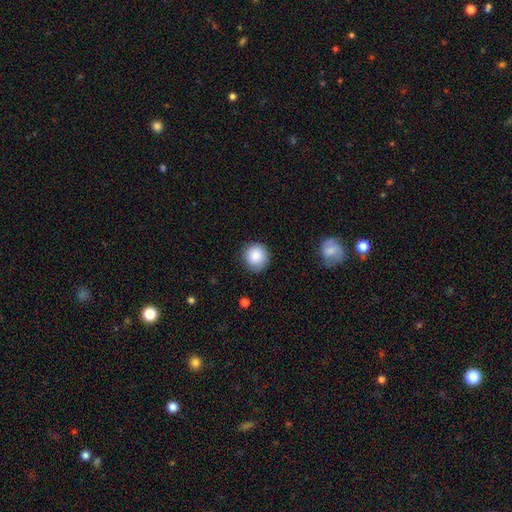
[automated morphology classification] Smooth or featured: smooth — 86% (star or artifact — 8%)
How rounded: round — 92% (in between — 7%)
Merging: none — 83% (minor disturbance — 12%)